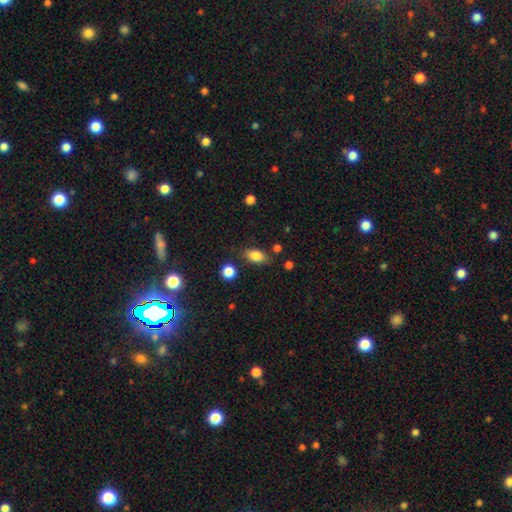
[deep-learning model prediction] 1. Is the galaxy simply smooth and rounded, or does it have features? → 84% smooth, 9% star or artifact, 7% featured or disk.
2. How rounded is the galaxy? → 85% in between, 11% round, 4% cigar-shaped.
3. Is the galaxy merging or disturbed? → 79% none, 14% minor disturbance, 4% merger, 4% major disturbance.